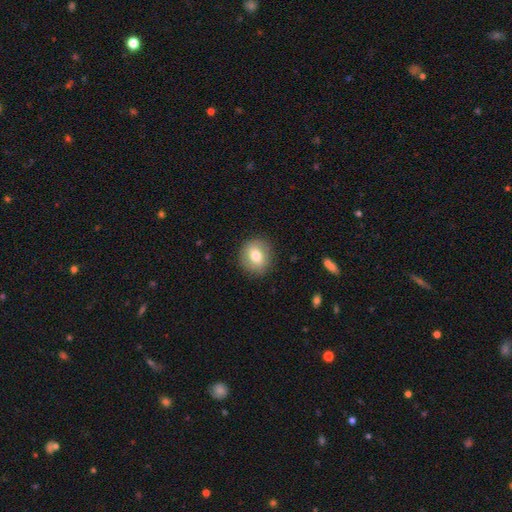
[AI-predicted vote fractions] A smooth galaxy with no disk features (76%) that is round (79%). Merging: none (88%).